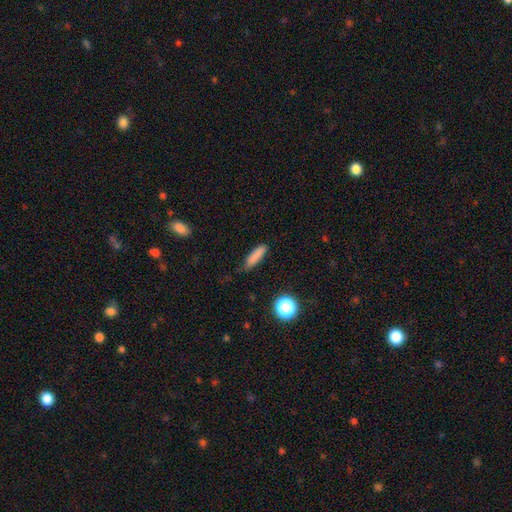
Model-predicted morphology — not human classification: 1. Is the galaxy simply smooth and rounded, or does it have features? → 83% smooth, 9% star or artifact, 8% featured or disk.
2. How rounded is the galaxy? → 73% cigar-shaped, 24% in between, 3% round.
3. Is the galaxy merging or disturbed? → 72% none, 22% minor disturbance, 5% major disturbance, 2% merger.